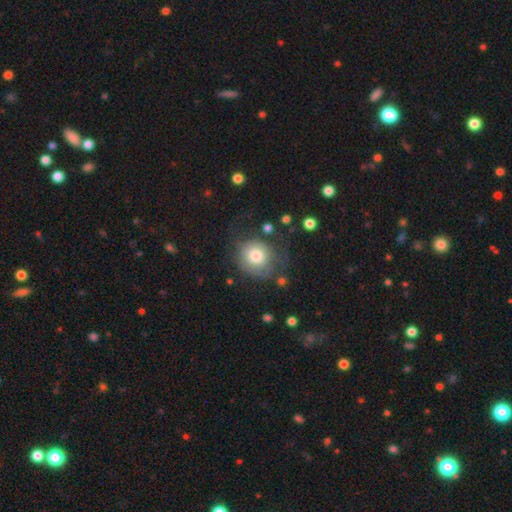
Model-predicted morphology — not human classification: Smooth or featured? smooth (67%)
How rounded? round (86%)
Merging? none (50%)